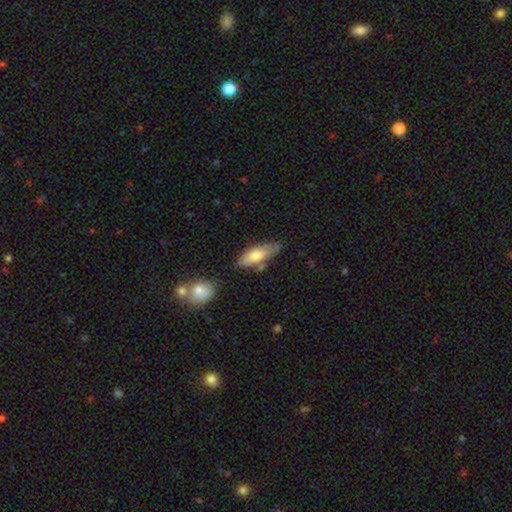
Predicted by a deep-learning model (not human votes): Smooth or featured?
  - smooth: 67% *
  - featured or disk: 28%
  - star or artifact: 6%
How rounded?
  - in between: 68% *
  - cigar-shaped: 30%
  - round: 2%
Merging?
  - none: 62% *
  - minor disturbance: 23%
  - merger: 10%
  - major disturbance: 5%